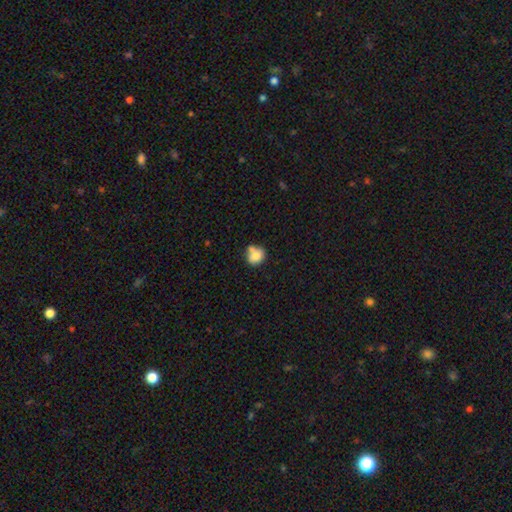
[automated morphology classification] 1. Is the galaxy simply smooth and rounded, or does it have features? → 79% smooth, 12% featured or disk, 9% star or artifact.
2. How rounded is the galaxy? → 70% round, 29% in between, 1% cigar-shaped.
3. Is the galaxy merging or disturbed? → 46% none, 33% merger, 16% minor disturbance, 5% major disturbance.